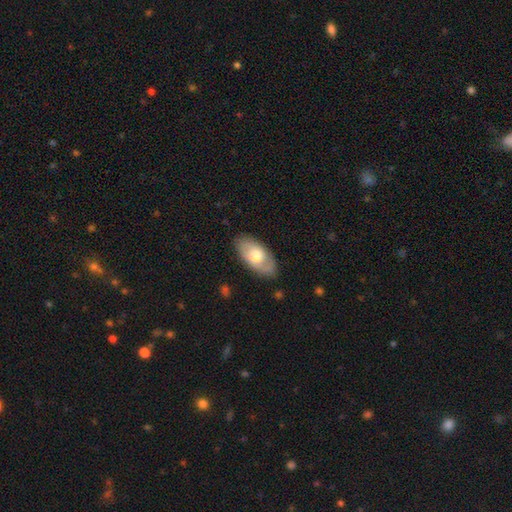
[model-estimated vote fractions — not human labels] Smooth or featured? smooth (56%)
How rounded? in between (93%)
Merging? none (81%)